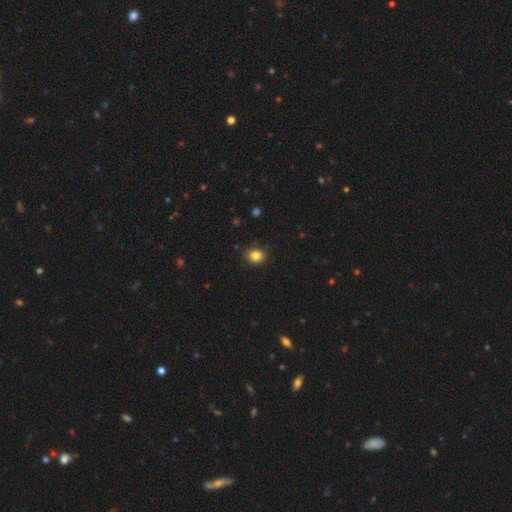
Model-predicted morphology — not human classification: A smooth galaxy with no disk features (84%) that is round (69%). Merging: none (84%).